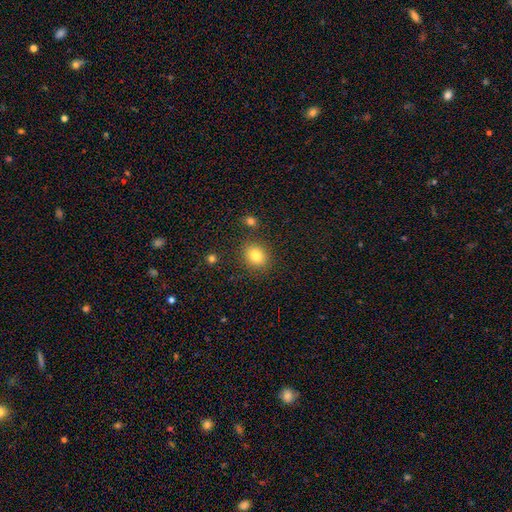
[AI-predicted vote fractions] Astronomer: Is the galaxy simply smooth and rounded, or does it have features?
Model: smooth — 81%.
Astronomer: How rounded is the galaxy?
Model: round — 65%.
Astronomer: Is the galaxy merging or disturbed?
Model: none — 85%.